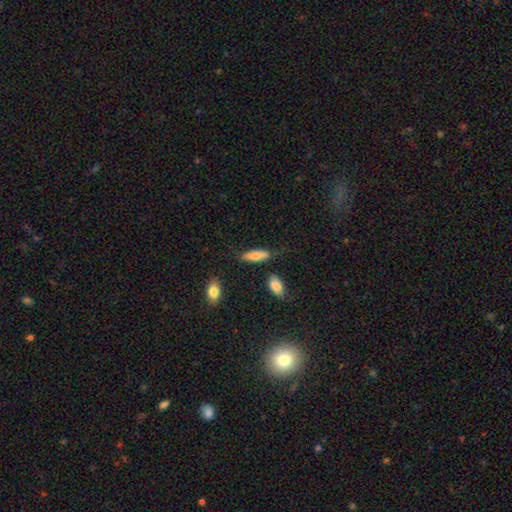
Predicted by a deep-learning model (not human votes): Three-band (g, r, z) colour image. It shows a smooth galaxy with no disk features (74%) that is in between round and cigar-shaped (55%). Merging: none (71%).